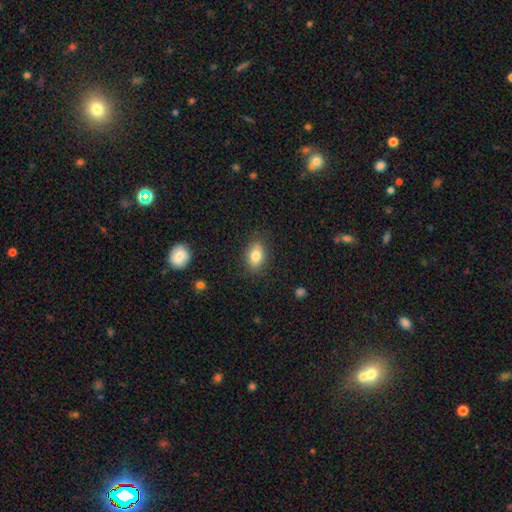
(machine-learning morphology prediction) smooth-or-featured: smooth: 81% | featured or disk: 11% | star or artifact: 8%
  how-rounded: in between: 83% | round: 15% | cigar-shaped: 2%
  merging: none: 83% | minor disturbance: 12% | major disturbance: 3% | merger: 1%